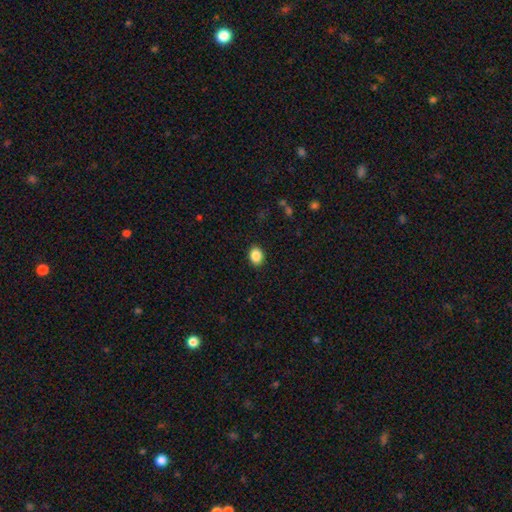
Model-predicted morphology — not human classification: Overall: smooth (88%). How rounded: in between (58%; round 41%). Merging: none (89%).